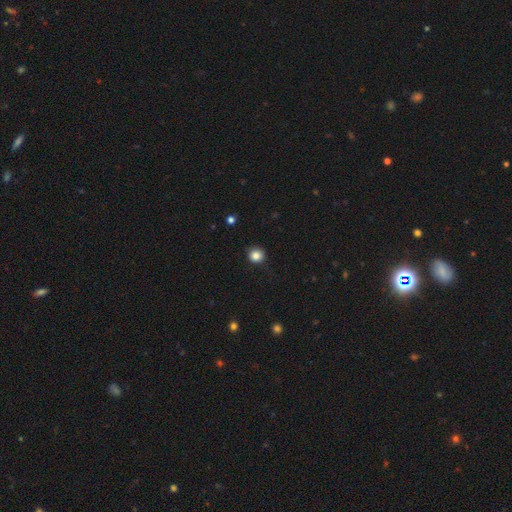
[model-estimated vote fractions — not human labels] smooth-or-featured: smooth: 84% | star or artifact: 11% | featured or disk: 4%
  how-rounded: round: 90% | in between: 9% | cigar-shaped: 1%
  merging: none: 86% | minor disturbance: 10% | major disturbance: 3% | merger: 1%